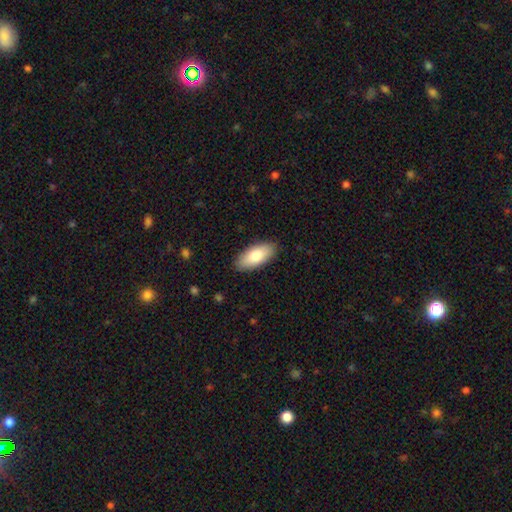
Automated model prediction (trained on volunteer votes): Smooth or featured? Predicted: smooth (p=0.79). How rounded? Predicted: in between (p=0.88). Merging? Predicted: none (p=0.89).